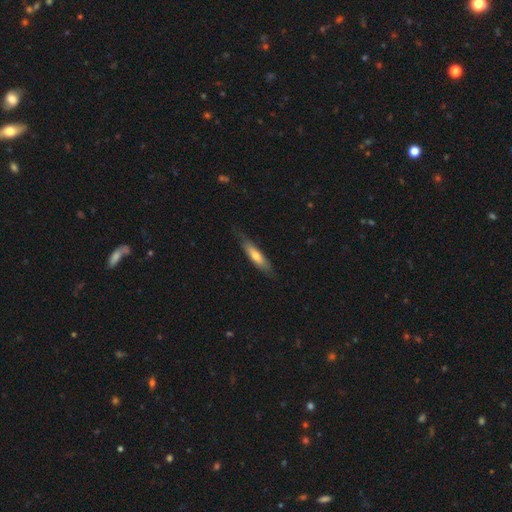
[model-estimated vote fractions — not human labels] smooth-or-featured: smooth: 61% | featured or disk: 33% | star or artifact: 6%
  how-rounded: cigar-shaped: 75% | in between: 23% | round: 2%
  merging: none: 73% | minor disturbance: 21% | major disturbance: 5% | merger: 1%